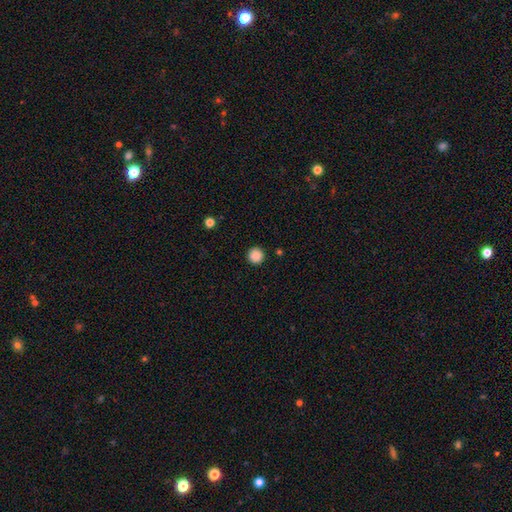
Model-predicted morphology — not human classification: Smooth or featured? smooth (88%)
How rounded? round (96%)
Merging? none (92%)